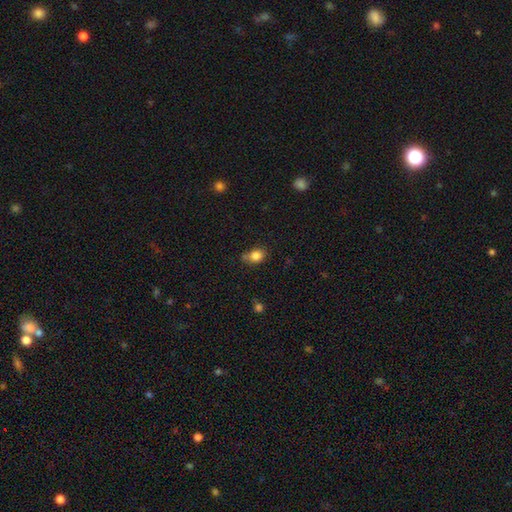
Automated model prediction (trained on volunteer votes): A smooth galaxy with no disk features (84%) that is in between round and cigar-shaped (53%). Merging: none (57%).